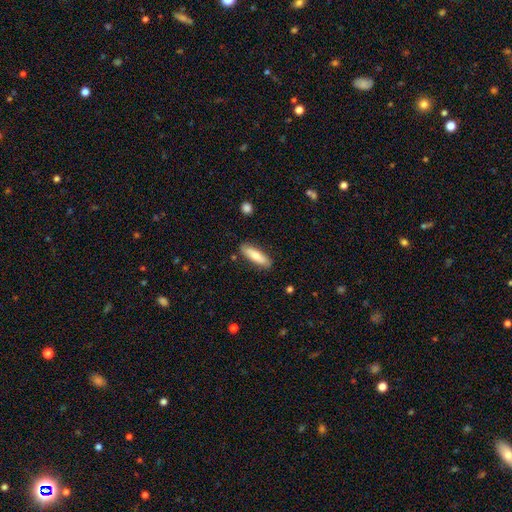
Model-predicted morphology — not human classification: smooth 78%, featured or disk 16%, star or artifact 6%. Down the decision tree: how rounded — cigar-shaped (56%); merging — none (85%).